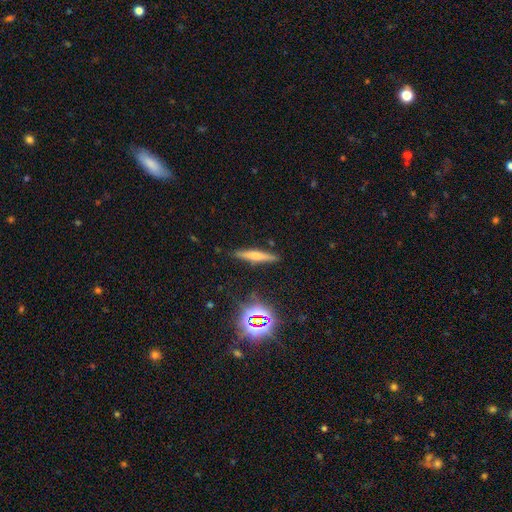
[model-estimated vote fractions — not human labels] Overall: smooth (55%; featured or disk 32%). How rounded: cigar-shaped (90%). Merging: none (87%).